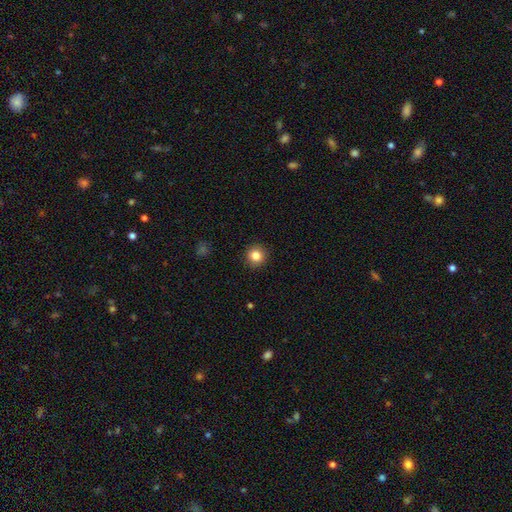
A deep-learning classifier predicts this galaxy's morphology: smooth-or-featured: smooth: 83% | star or artifact: 11% | featured or disk: 6%
  how-rounded: round: 93% | in between: 6% | cigar-shaped: 1%
  merging: none: 92% | minor disturbance: 6% | major disturbance: 2% | merger: 1%